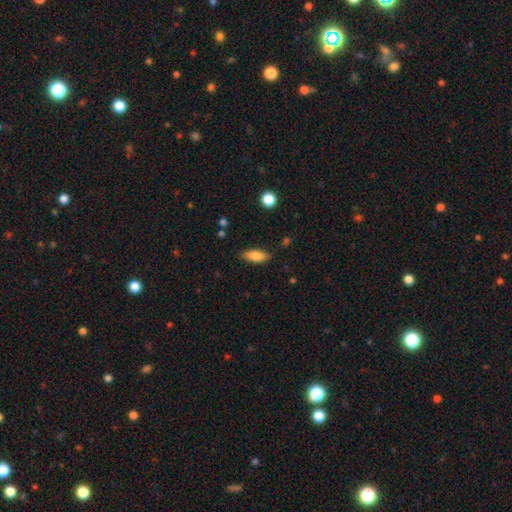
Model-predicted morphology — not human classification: smooth_or_featured: smooth (p=0.84) [alt: featured or disk p=0.09]
how_rounded: in between (p=0.77) [alt: cigar-shaped p=0.20]
merging: none (p=0.83) [alt: minor disturbance p=0.13]